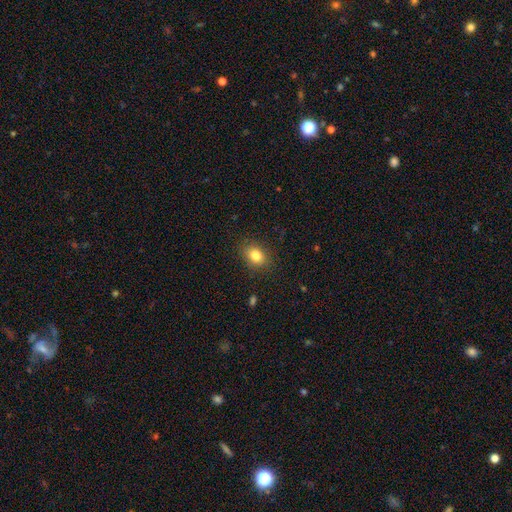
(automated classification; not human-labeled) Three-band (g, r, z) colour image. It shows a smooth galaxy with no disk features (82%) that is in between round and cigar-shaped (69%). Merging: none (86%).